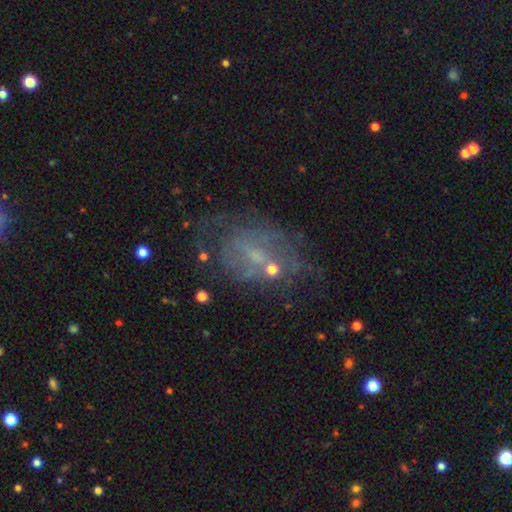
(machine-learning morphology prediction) type=featured or disk (58%); edge-on=no (96%); bar=no (54%); spiral arms=no (53%); bulge=small (48%); merging=none (48%).